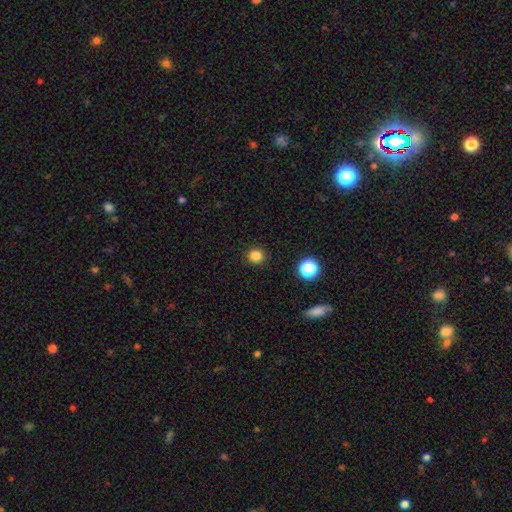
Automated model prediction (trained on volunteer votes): Smooth or featured: smooth — 83% (star or artifact — 13%)
How rounded: round — 91% (in between — 8%)
Merging: none — 91% (minor disturbance — 5%)